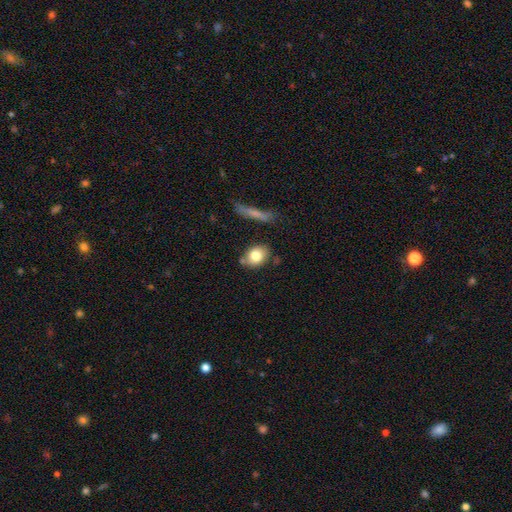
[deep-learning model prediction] Smooth or featured? Predicted: smooth (p=0.77). How rounded? Predicted: in between (p=0.59). Merging? Predicted: none (p=0.72).